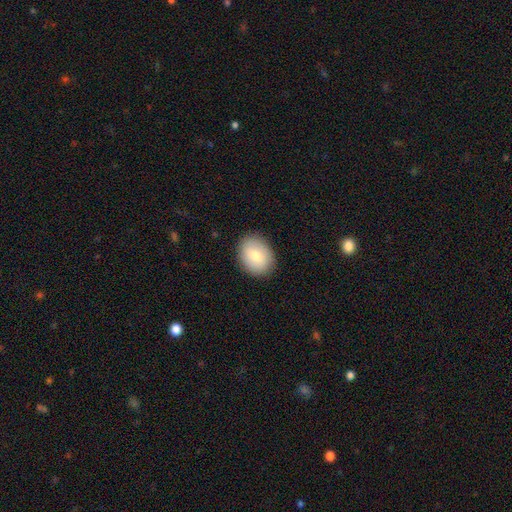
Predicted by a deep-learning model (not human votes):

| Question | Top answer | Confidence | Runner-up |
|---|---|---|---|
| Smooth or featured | smooth | 77% | featured or disk (16%) |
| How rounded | in between | 66% | round (34%) |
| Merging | none | 87% | minor disturbance (9%) |